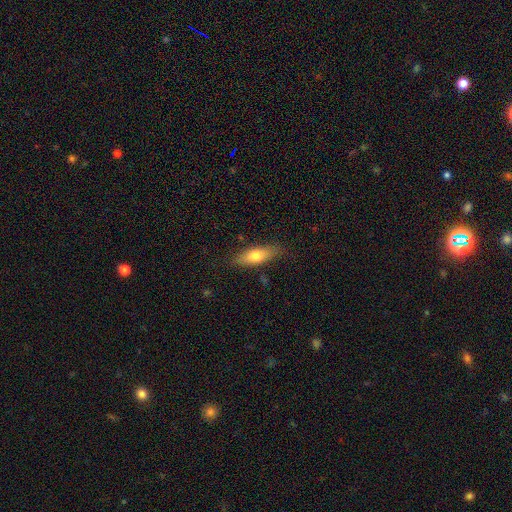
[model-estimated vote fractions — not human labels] This appears to be a smooth galaxy with no disk features (70%) that is in between round and cigar-shaped (59%). Merging: none (81%).